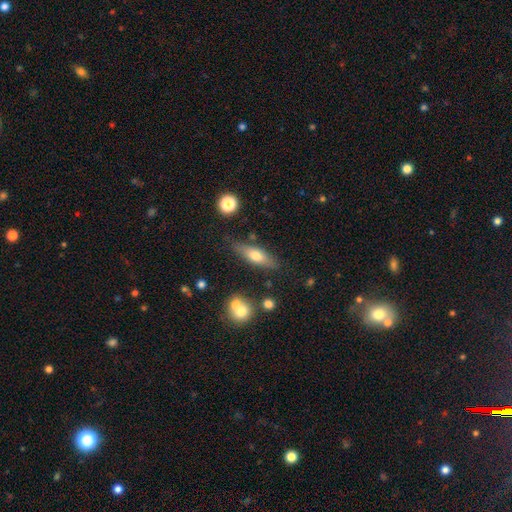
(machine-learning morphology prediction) This is possibly a smooth galaxy (59%). How rounded: possibly cigar-shaped (50%). Merging: likely none (78%).